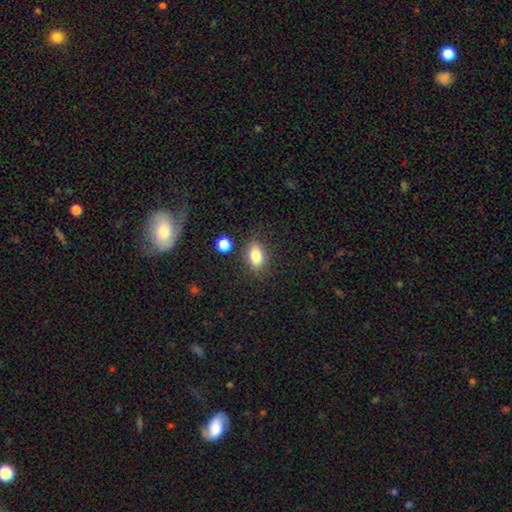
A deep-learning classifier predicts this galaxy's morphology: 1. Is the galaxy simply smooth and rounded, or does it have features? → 83% smooth, 9% star or artifact, 8% featured or disk.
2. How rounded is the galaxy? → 86% in between, 10% round, 4% cigar-shaped.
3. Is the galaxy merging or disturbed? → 81% none, 12% minor disturbance, 4% merger, 3% major disturbance.